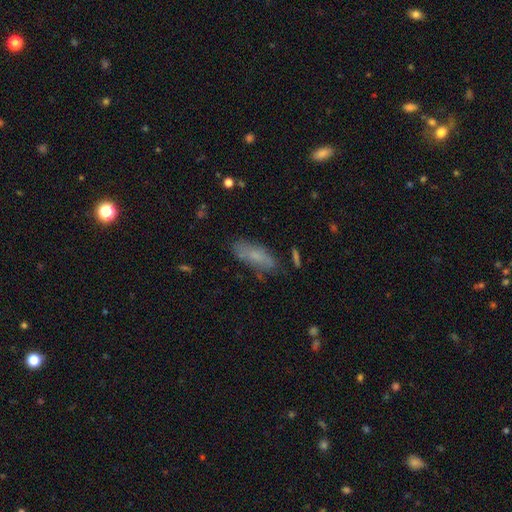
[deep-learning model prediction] Smooth or featured: smooth — 67% (featured or disk — 25%)
How rounded: in between — 66% (cigar-shaped — 32%)
Merging: none — 69% (minor disturbance — 21%)